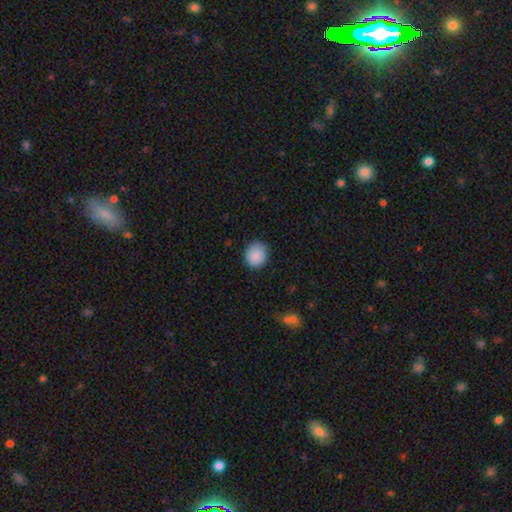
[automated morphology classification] This appears to be a smooth galaxy with no disk features (88%) that is round (78%). Merging: none (84%).